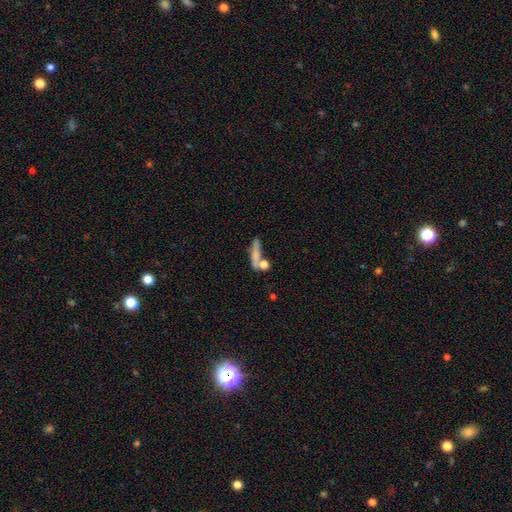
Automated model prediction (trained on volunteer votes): This appears to be a smooth galaxy with no disk features (67%) that is cigar-shaped (68%). Merging: none (51%).